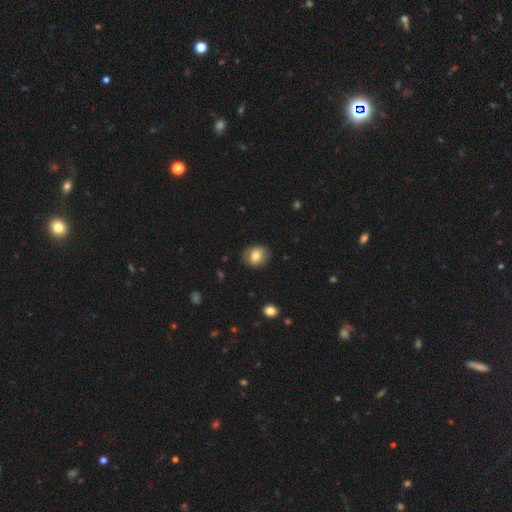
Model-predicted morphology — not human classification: smooth-or-featured: smooth: 73% | featured or disk: 18% | star or artifact: 8%
  how-rounded: round: 61% | in between: 38% | cigar-shaped: 1%
  merging: none: 84% | minor disturbance: 12% | major disturbance: 3% | merger: 1%